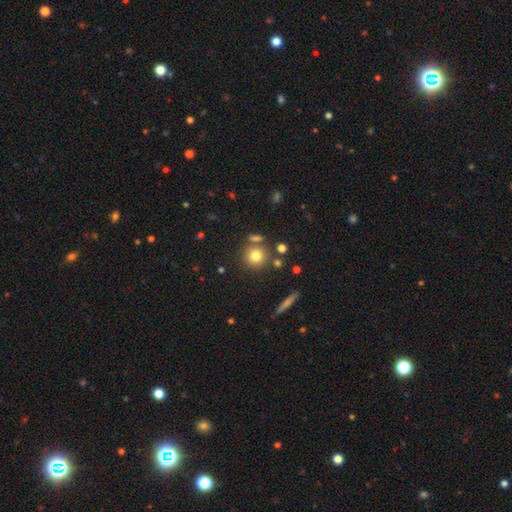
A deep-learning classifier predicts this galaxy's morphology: Smooth or featured: smooth — 77% (star or artifact — 13%)
How rounded: round — 89% (in between — 9%)
Merging: none — 75% (merger — 12%)